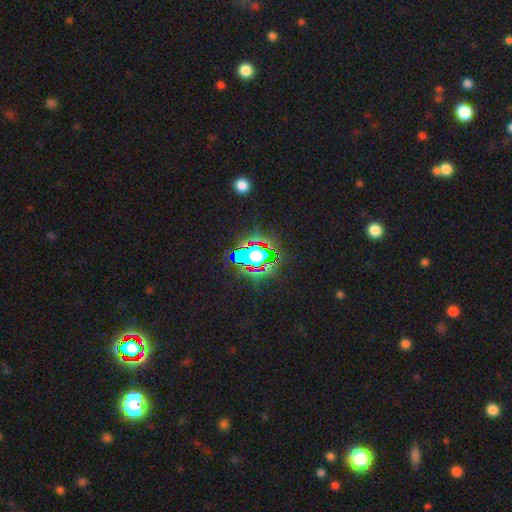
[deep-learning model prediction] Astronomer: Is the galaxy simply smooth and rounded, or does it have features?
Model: star or artifact — 65%.